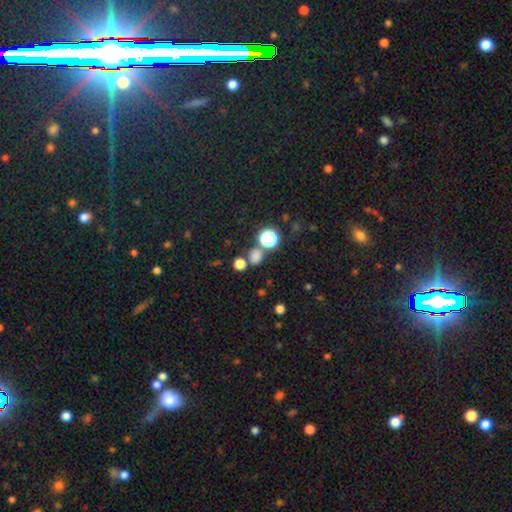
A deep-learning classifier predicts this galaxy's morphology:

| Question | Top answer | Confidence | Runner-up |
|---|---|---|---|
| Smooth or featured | smooth | 70% | star or artifact (25%) |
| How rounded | round | 81% | in between (18%) |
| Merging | none | 72% | merger (15%) |